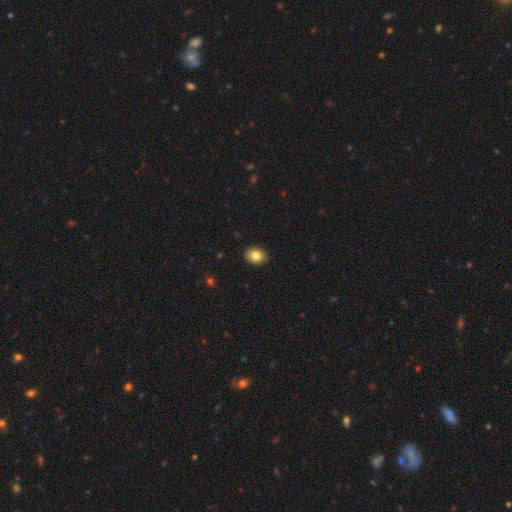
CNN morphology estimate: This appears to be a smooth galaxy with no disk features (82%) that is round (51%). Merging: none (91%).